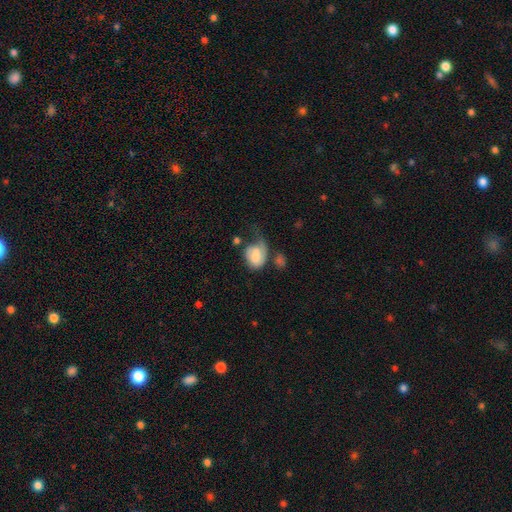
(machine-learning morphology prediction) Smooth or featured? Predicted: smooth (p=0.59). How rounded? Predicted: in between (p=0.56). Merging? Predicted: major disturbance (p=0.38).